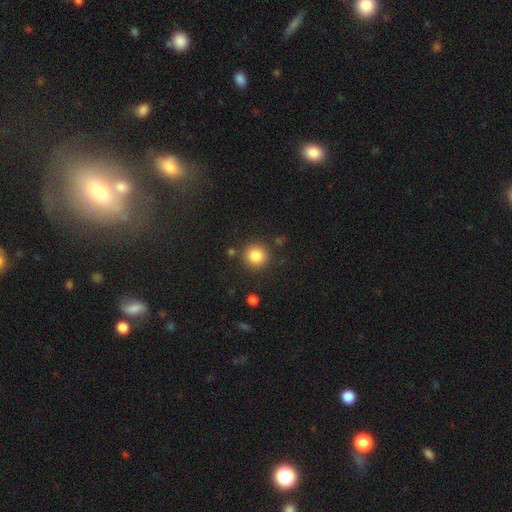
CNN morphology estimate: Overall: smooth (84%). How rounded: round (93%). Merging: none (87%).